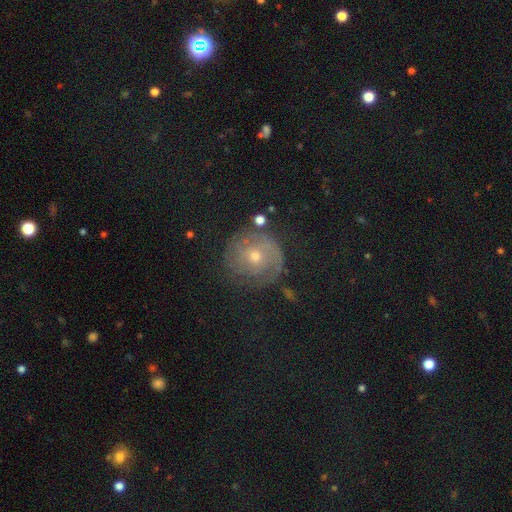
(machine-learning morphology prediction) Smooth or featured?
  - featured or disk: 68% *
  - smooth: 21%
  - star or artifact: 11%
Edge-on disk?
  - no: 97% *
  - yes: 3%
Bar?
  - no: 77% *
  - weak: 20%
  - strong: 4%
Spiral arms?
  - yes: 85% *
  - no: 15%
Spiral winding?
  - tight: 69% *
  - medium: 22%
  - loose: 8%
Spiral arm count?
  - can't tell: 42% *
  - 2: 26%
  - 3: 12%
  - 1: 9%
  - 4: 6%
  - more than 4: 5%
Bulge size?
  - moderate: 65% *
  - small: 30%
  - large: 3%
  - none: 1%
  - dominant: 1%
Merging?
  - none: 72% *
  - minor disturbance: 17%
  - major disturbance: 9%
  - merger: 3%